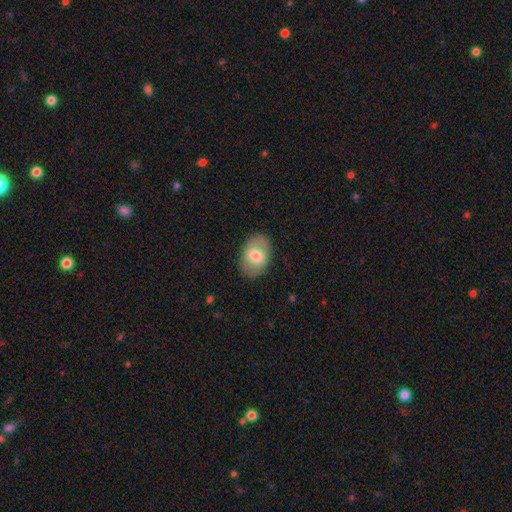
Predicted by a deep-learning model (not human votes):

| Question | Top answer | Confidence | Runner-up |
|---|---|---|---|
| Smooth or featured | smooth | 67% | featured or disk (26%) |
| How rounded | in between | 82% | round (17%) |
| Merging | none | 84% | minor disturbance (11%) |